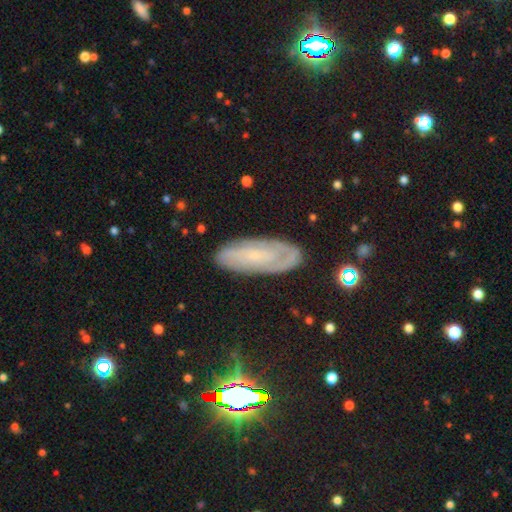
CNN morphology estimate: featured or disk 56%, smooth 30%, star or artifact 14%. Down the decision tree: edge-on disk — no (85%); merging — none (78%).